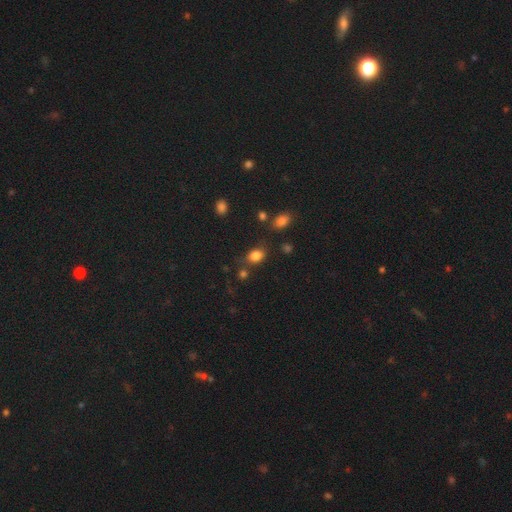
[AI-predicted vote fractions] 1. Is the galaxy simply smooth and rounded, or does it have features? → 83% smooth, 11% star or artifact, 6% featured or disk.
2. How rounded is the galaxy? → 66% in between, 33% round, 1% cigar-shaped.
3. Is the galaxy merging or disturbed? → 70% none, 17% minor disturbance, 8% merger, 5% major disturbance.